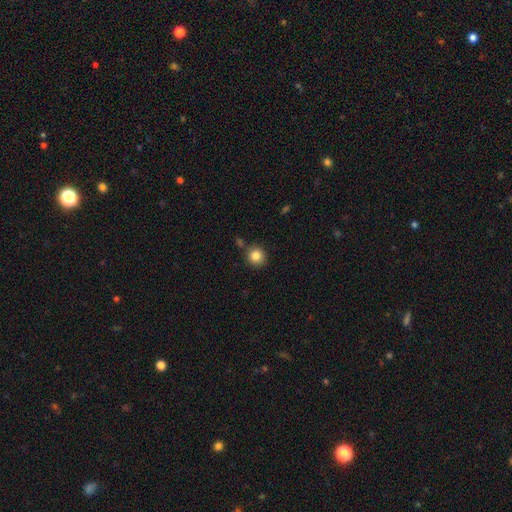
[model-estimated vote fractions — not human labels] Q: Smooth or featured?
A: smooth (85%); runner-up: star or artifact (10%)
Q: How rounded?
A: round (90%); runner-up: in between (9%)
Q: Merging?
A: none (82%); runner-up: minor disturbance (9%)